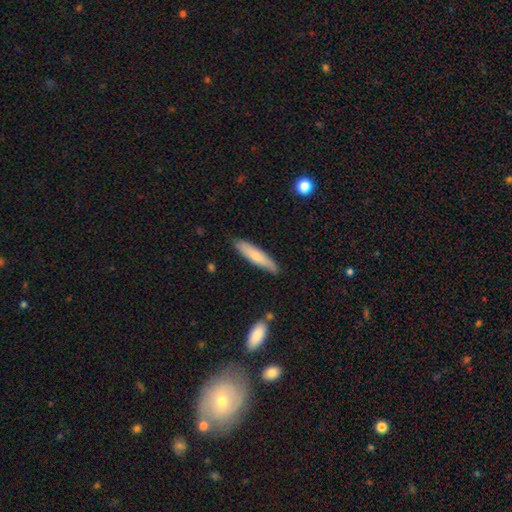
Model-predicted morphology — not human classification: This is likely a smooth galaxy (73%). How rounded: clearly cigar-shaped (83%). Merging: clearly none (83%).